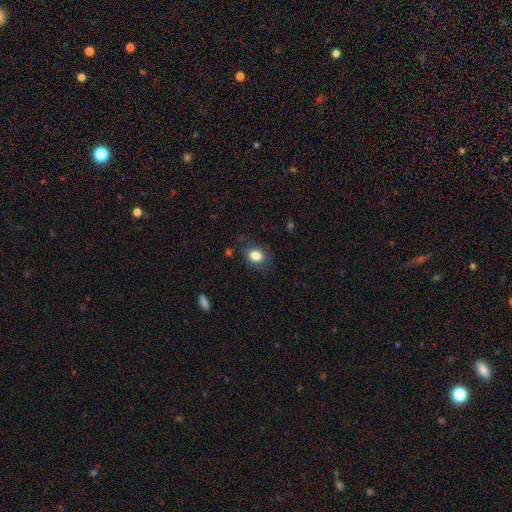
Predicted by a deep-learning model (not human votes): A smooth galaxy with no disk features (83%) that is round (52%). Merging: none (77%).